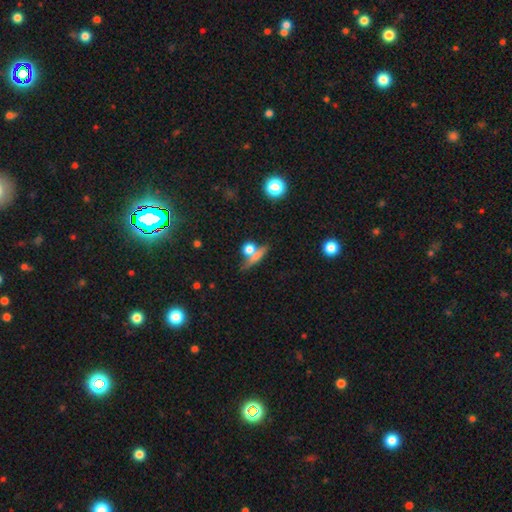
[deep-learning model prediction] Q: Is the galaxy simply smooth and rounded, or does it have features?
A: smooth — 63%.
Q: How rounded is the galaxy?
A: cigar-shaped — 44%.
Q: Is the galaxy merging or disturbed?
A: none — 50%.